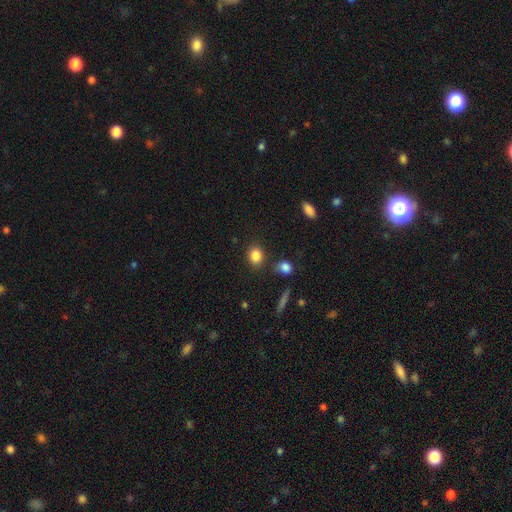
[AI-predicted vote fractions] Overall: smooth (85%). How rounded: round (64%; in between 34%). Merging: none (81%).